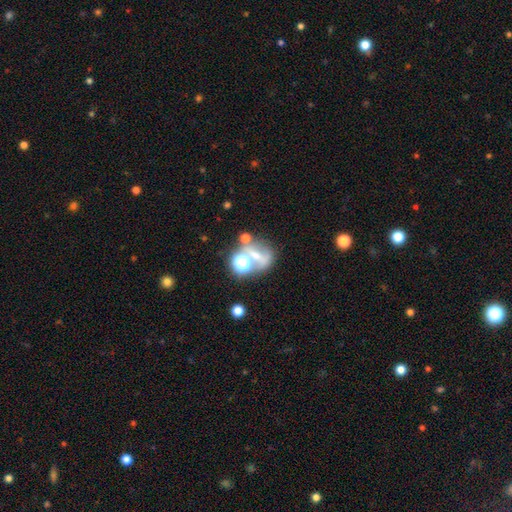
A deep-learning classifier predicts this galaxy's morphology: smooth 40%, star or artifact 33%, featured or disk 27%. Down the decision tree: merging — none (41%).